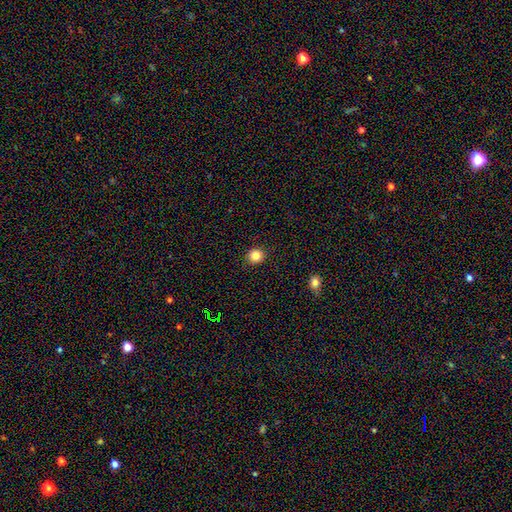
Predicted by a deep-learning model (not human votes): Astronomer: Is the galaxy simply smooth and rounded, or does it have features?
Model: smooth — 83%.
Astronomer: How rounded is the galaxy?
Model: round — 86%.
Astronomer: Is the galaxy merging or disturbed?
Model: none — 91%.